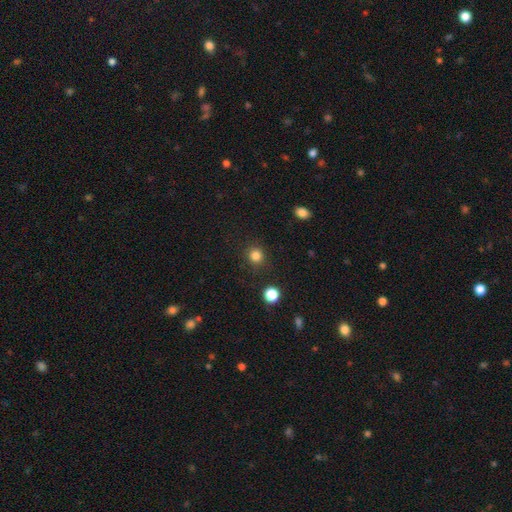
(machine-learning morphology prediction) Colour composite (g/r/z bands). It shows a smooth galaxy with no disk features (84%) that is round (91%). Merging: none (89%).